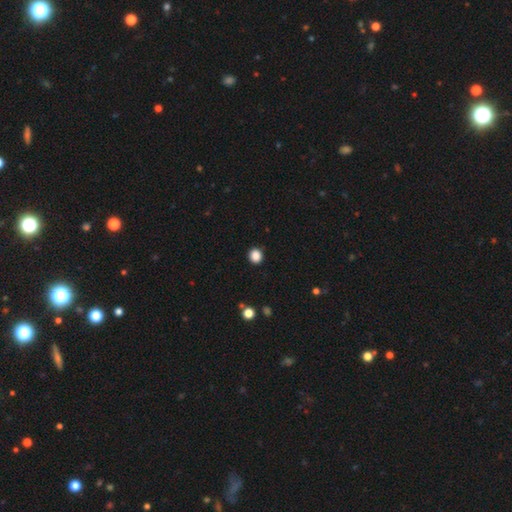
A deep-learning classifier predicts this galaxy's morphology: smooth-or-featured: smooth: 87% | star or artifact: 11% | featured or disk: 2%
  how-rounded: round: 85% | in between: 14% | cigar-shaped: 1%
  merging: none: 91% | minor disturbance: 6% | major disturbance: 2% | merger: 1%